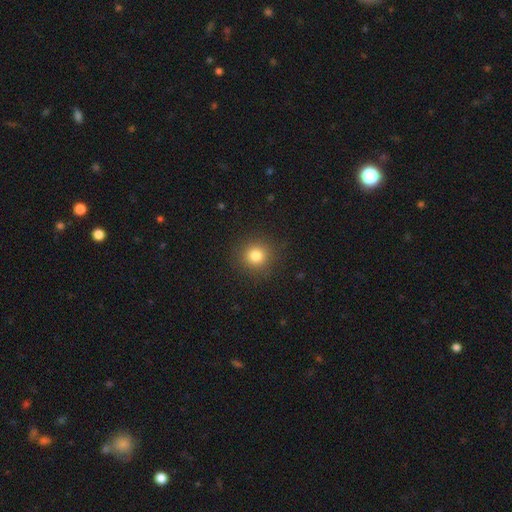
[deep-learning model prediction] Smooth or featured?
  - smooth: 81% *
  - star or artifact: 13%
  - featured or disk: 6%
How rounded?
  - round: 92% *
  - in between: 7%
  - cigar-shaped: 1%
Merging?
  - none: 90% *
  - minor disturbance: 6%
  - major disturbance: 3%
  - merger: 1%